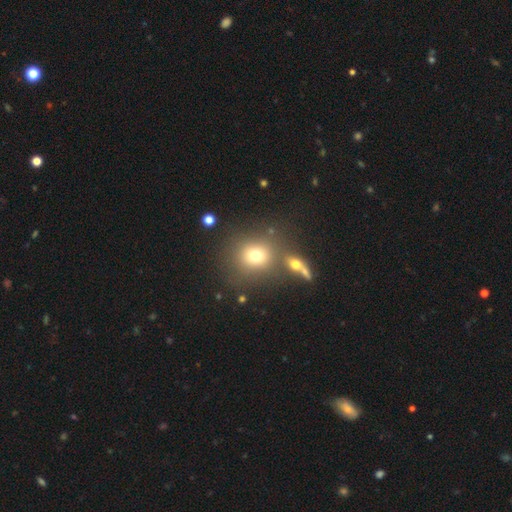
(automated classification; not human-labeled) smooth_or_featured: smooth (p=0.72) [alt: star or artifact p=0.16]
how_rounded: round (p=0.82) [alt: in between p=0.17]
merging: none (p=0.70) [alt: merger p=0.15]